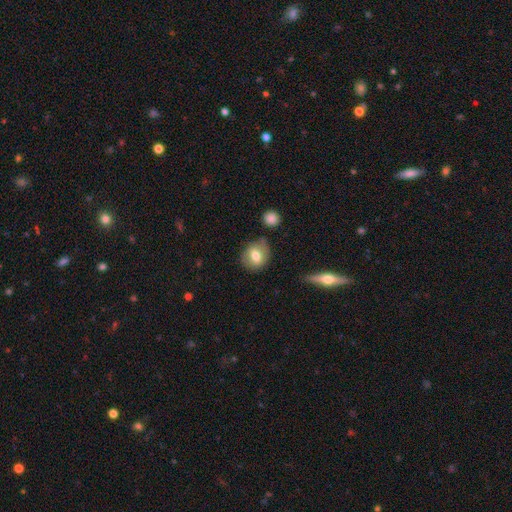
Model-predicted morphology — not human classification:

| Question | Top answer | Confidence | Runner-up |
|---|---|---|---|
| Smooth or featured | smooth | 73% | featured or disk (19%) |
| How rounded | round | 65% | in between (33%) |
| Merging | none | 73% | minor disturbance (17%) |